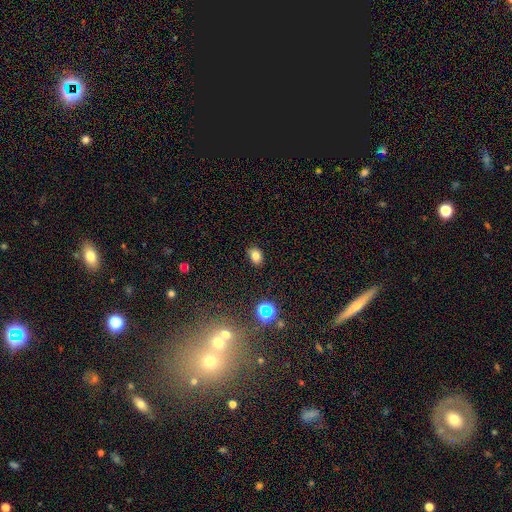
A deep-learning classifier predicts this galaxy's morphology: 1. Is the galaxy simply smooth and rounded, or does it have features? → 79% smooth, 14% star or artifact, 7% featured or disk.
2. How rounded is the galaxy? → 69% in between, 30% round, 1% cigar-shaped.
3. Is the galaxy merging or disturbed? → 79% none, 16% minor disturbance, 3% major disturbance, 2% merger.